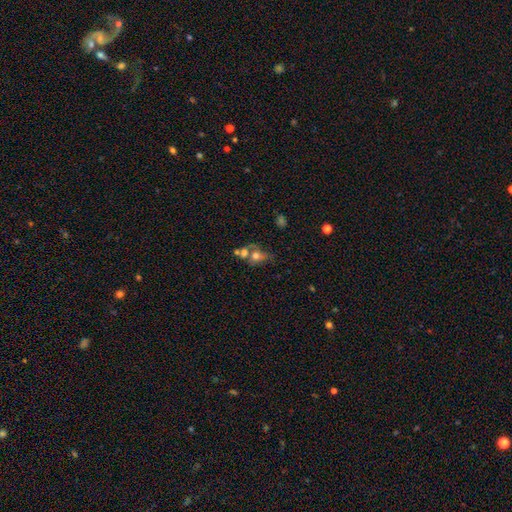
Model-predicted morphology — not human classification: Smooth or featured: smooth — 44% (featured or disk — 33%)
Merging: none — 48% (merger — 32%)